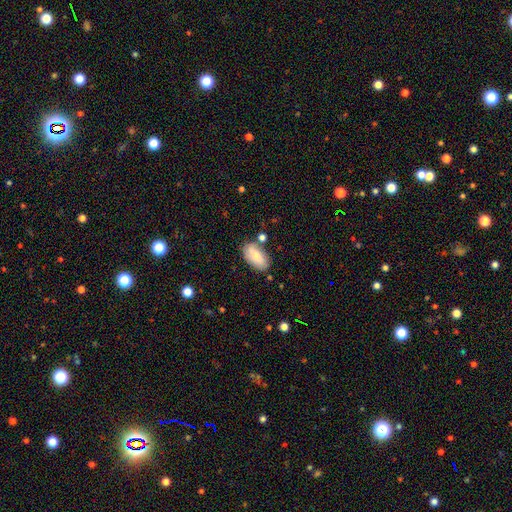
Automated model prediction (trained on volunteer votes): smooth 73%, featured or disk 20%, star or artifact 7%. Down the decision tree: how rounded — in between (92%); merging — none (73%).